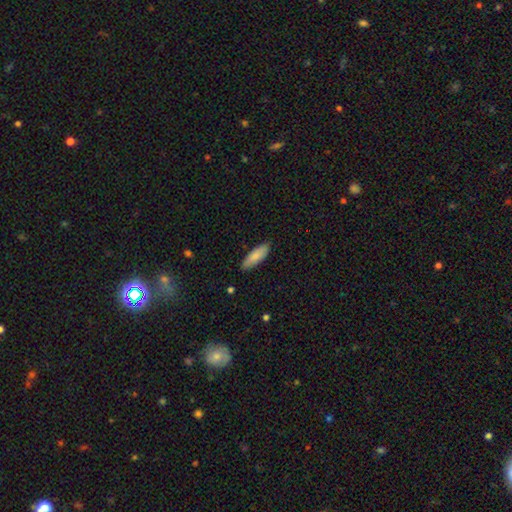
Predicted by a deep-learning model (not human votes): smooth-or-featured: smooth: 84% | featured or disk: 11% | star or artifact: 5%
  how-rounded: in between: 59% | cigar-shaped: 40% | round: 2%
  merging: none: 86% | minor disturbance: 11% | major disturbance: 2% | merger: 1%